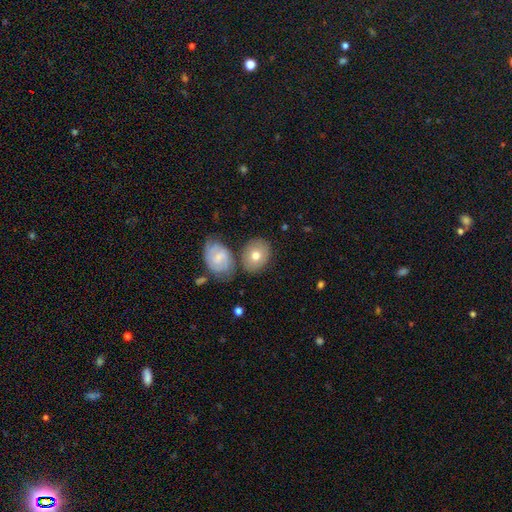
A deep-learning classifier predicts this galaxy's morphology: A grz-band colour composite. It shows a smooth galaxy with no disk features (68%) that is round (50%). Merging: none (66%).